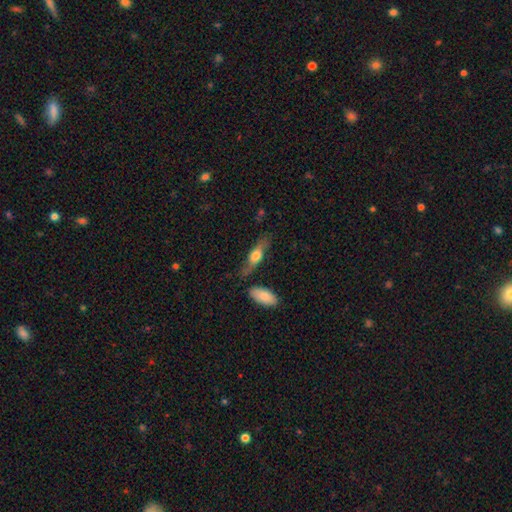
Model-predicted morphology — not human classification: Smooth or featured: smooth — 50% (featured or disk — 44%)
Merging: none — 67% (minor disturbance — 19%)